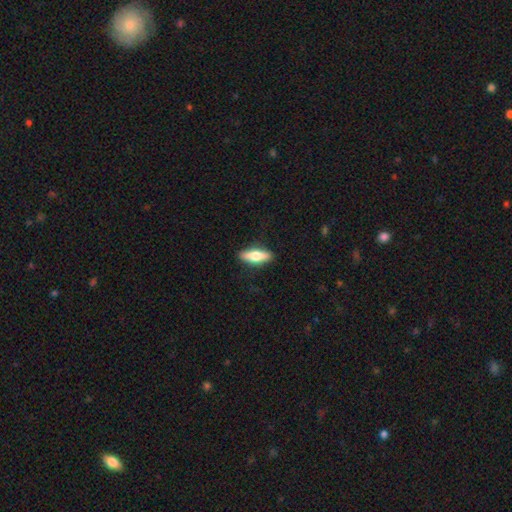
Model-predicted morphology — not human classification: A smooth galaxy with no disk features (62%) that is in between round and cigar-shaped (50%).

Vote fractions:
- Smooth or featured? smooth: 62% / featured or disk: 32% / star or artifact: 6%
- How rounded? in between: 50% / cigar-shaped: 47% / round: 3%
- Merging? none: 88% / minor disturbance: 9% / major disturbance: 2% / merger: 1%